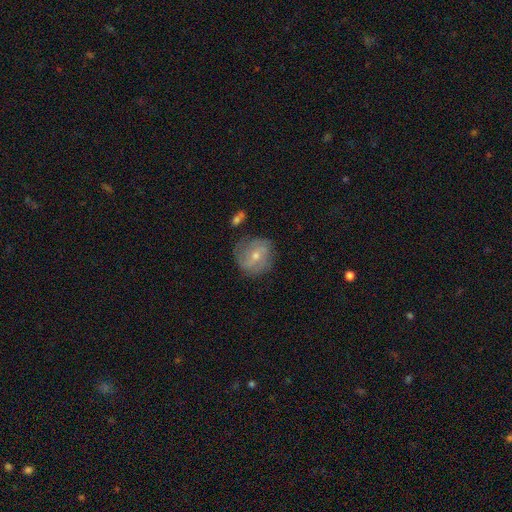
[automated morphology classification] This is likely a featured or disk galaxy (61%). It is clearly not viewed edge-on (95%). Bar: possibly weak (47%). Spiral arm pattern: likely yes (76%). Central bulge: possibly small (50%). Merging: likely none (73%).